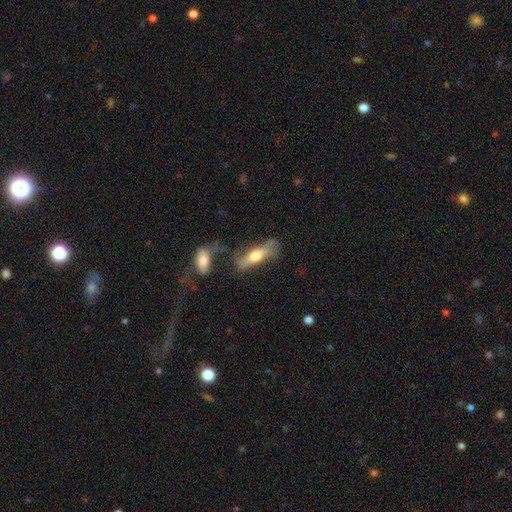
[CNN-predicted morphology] Smooth or featured? smooth (53%)
How rounded? cigar-shaped (59%)
Merging? none (50%)